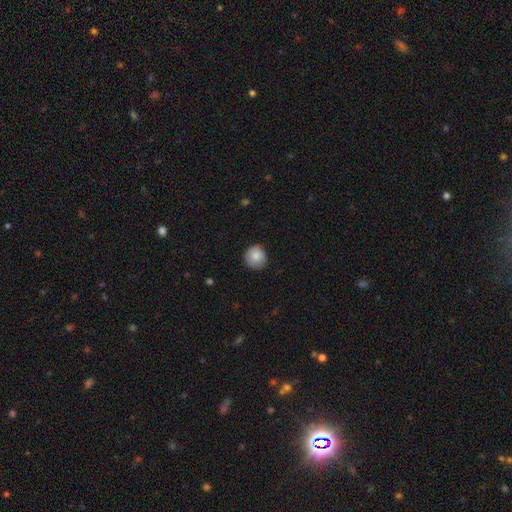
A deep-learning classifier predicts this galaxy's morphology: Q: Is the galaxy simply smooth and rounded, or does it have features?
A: smooth — 84%.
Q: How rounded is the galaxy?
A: round — 92%.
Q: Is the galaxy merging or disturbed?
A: none — 83%.